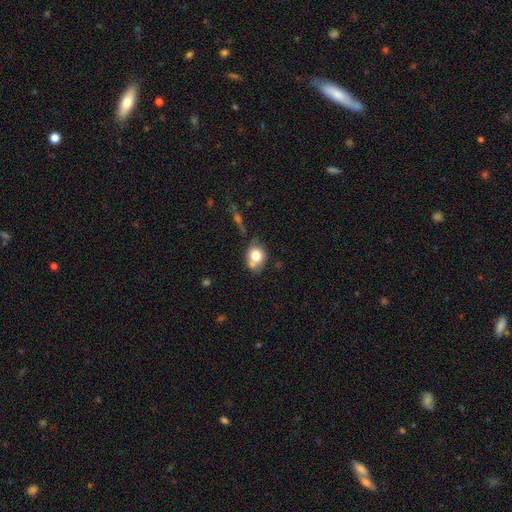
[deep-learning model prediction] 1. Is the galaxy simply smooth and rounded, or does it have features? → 75% smooth, 16% featured or disk, 9% star or artifact.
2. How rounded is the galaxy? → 60% in between, 39% round, 1% cigar-shaped.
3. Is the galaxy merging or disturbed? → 57% none, 22% minor disturbance, 15% merger, 6% major disturbance.